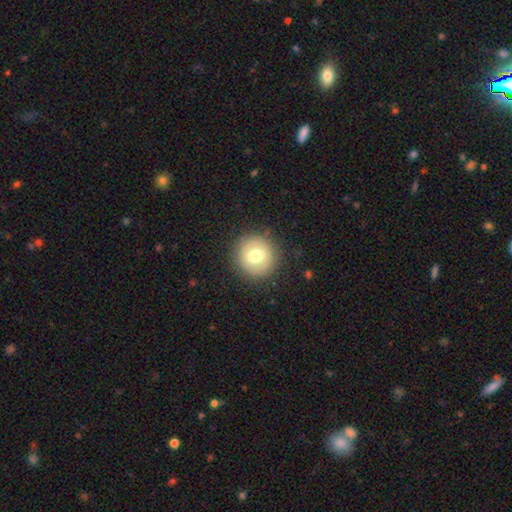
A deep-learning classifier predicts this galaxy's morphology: Overall: smooth (67%). How rounded: round (93%). Merging: none (87%).